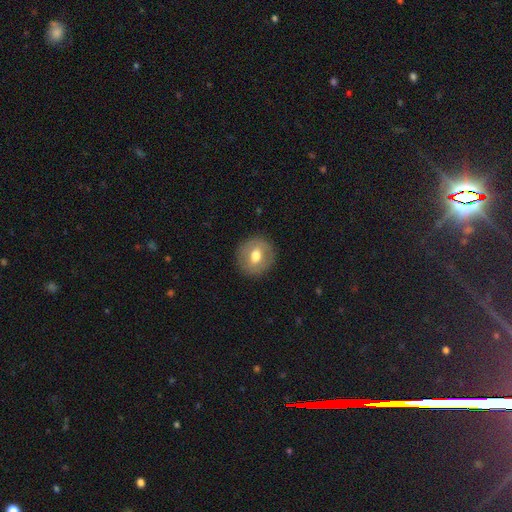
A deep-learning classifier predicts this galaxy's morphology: Smooth or featured? smooth (62%)
How rounded? round (87%)
Merging? none (89%)